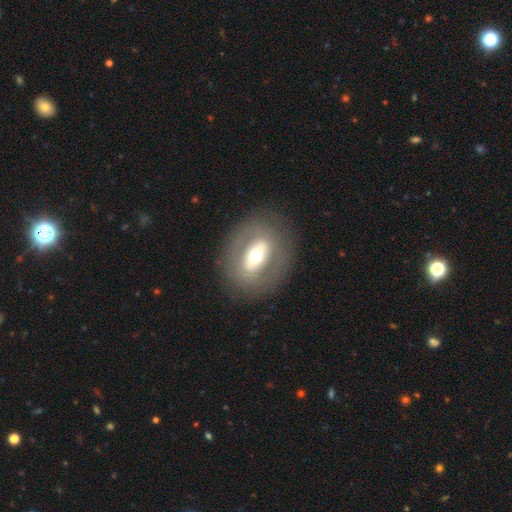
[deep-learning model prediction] Smooth or featured? featured or disk (57%)
Edge-on disk? no (83%)
Merging? none (81%)